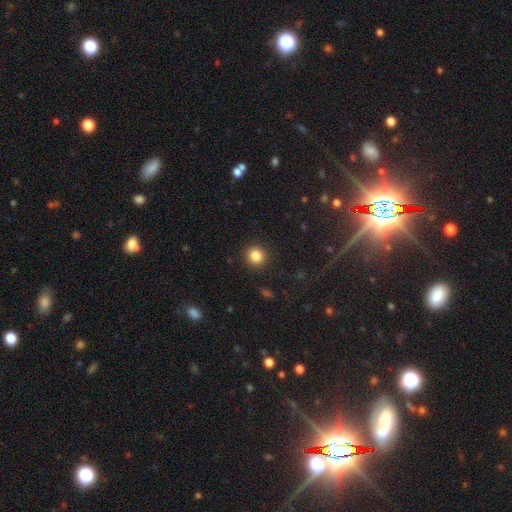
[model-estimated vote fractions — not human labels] Q: Smooth or featured?
A: smooth (85%); runner-up: star or artifact (11%)
Q: How rounded?
A: round (91%); runner-up: in between (8%)
Q: Merging?
A: none (91%); runner-up: minor disturbance (6%)